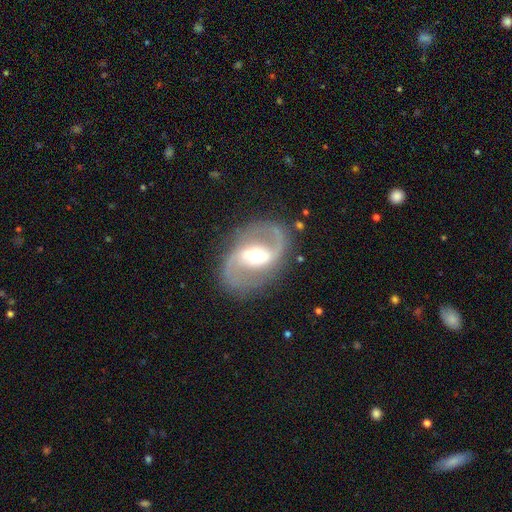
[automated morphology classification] smooth-or-featured: featured or disk: 90% | smooth: 5% | star or artifact: 5%
  disk-edge-on: no: 97% | yes: 3%
    bar: weak: 43% | strong: 41% | no: 16%
    has-spiral-arms: yes: 96% | no: 4%
      spiral-winding: medium: 53% | loose: 35% | tight: 12%
      spiral-arm-count: 2: 94% | can't tell: 2% | 1: 1% | 3: 1% | 4: 1% | more than 4: 1%
    bulge-size: moderate: 63% | small: 19% | large: 15% | dominant: 2% | none: 1%
  merging: none: 83% | minor disturbance: 10% | major disturbance: 5% | merger: 1%